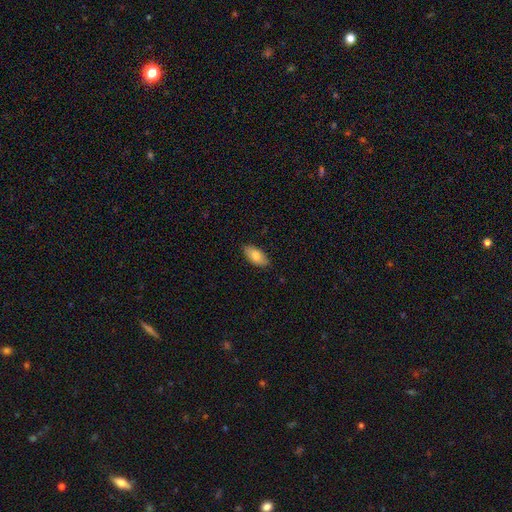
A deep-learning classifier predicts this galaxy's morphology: Smooth or featured: smooth — 78% (featured or disk — 16%)
How rounded: in between — 90% (cigar-shaped — 7%)
Merging: none — 87% (minor disturbance — 10%)